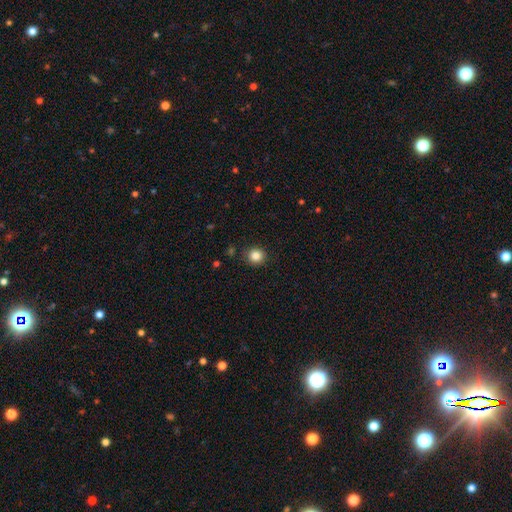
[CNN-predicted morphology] A smooth galaxy with no disk features (84%) that is round (89%).

Vote fractions:
- Smooth or featured? smooth: 84% / star or artifact: 11% / featured or disk: 5%
- How rounded? round: 89% / in between: 10% / cigar-shaped: 1%
- Merging? none: 89% / minor disturbance: 7% / major disturbance: 2% / merger: 1%